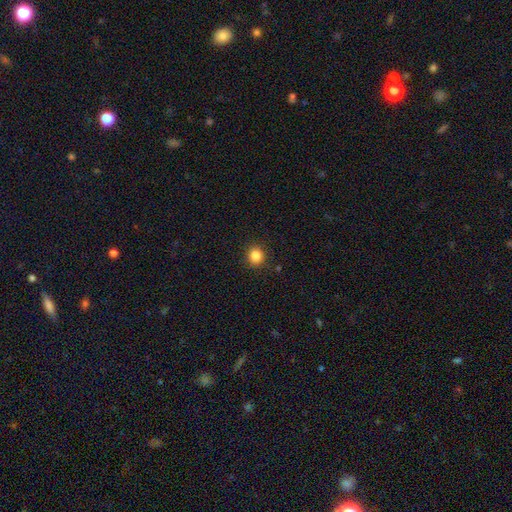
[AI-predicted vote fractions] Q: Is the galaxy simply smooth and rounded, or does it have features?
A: smooth — 85%.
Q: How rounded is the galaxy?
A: round — 86%.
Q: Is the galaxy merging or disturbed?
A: none — 91%.